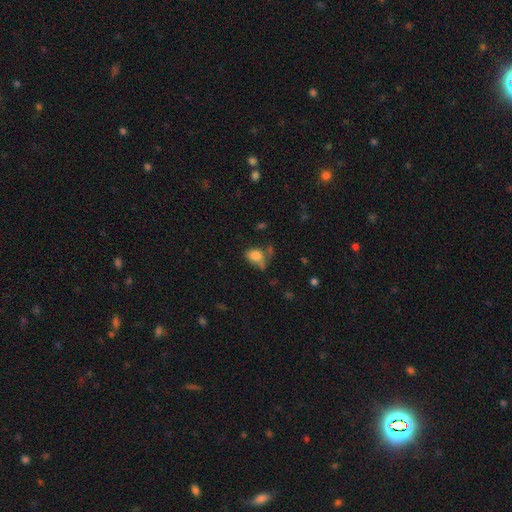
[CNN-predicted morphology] A smooth galaxy with no disk features (80%) that is in between round and cigar-shaped (68%).

Vote fractions:
- Smooth or featured? smooth: 80% / star or artifact: 11% / featured or disk: 9%
- How rounded? in between: 68% / round: 30% / cigar-shaped: 2%
- Merging? none: 41% / minor disturbance: 26% / major disturbance: 16% / merger: 16%